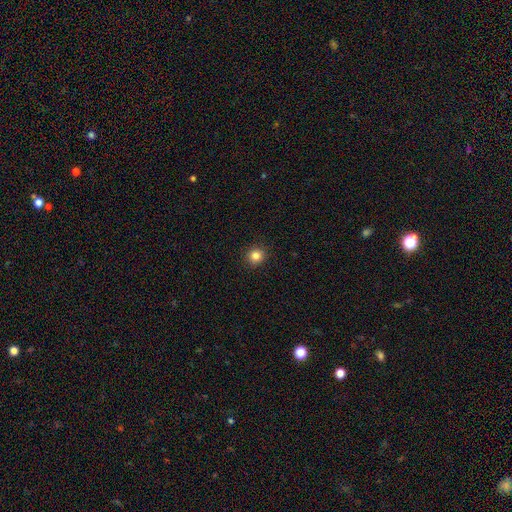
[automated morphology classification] This is clearly a smooth galaxy (83%). How rounded: clearly round (91%). Merging: clearly none (92%).